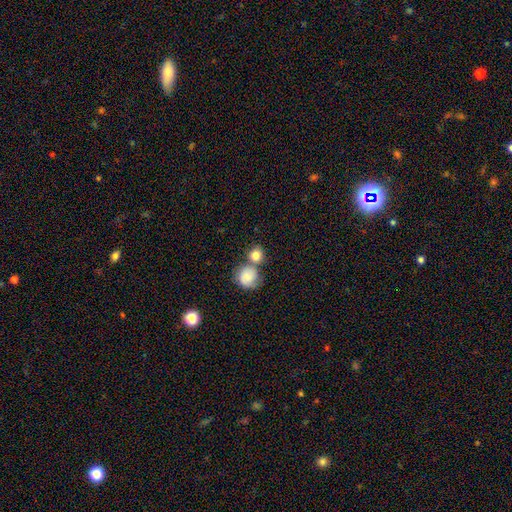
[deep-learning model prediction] Q: Smooth or featured?
A: smooth (80%); runner-up: featured or disk (13%)
Q: How rounded?
A: round (85%); runner-up: in between (14%)
Q: Merging?
A: none (45%); runner-up: merger (41%)